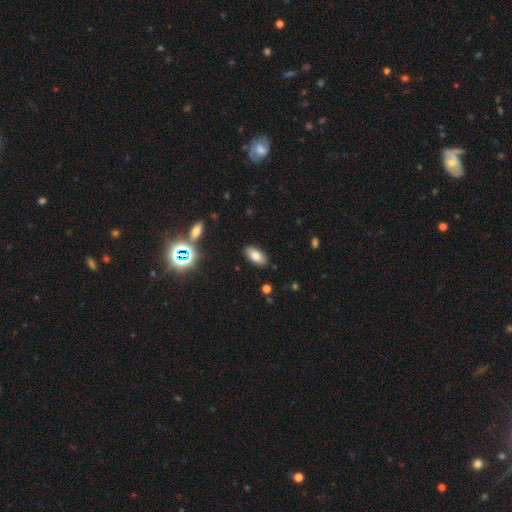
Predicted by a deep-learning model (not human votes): This is likely a smooth galaxy (78%). How rounded: clearly in between (91%). Merging: clearly none (88%).